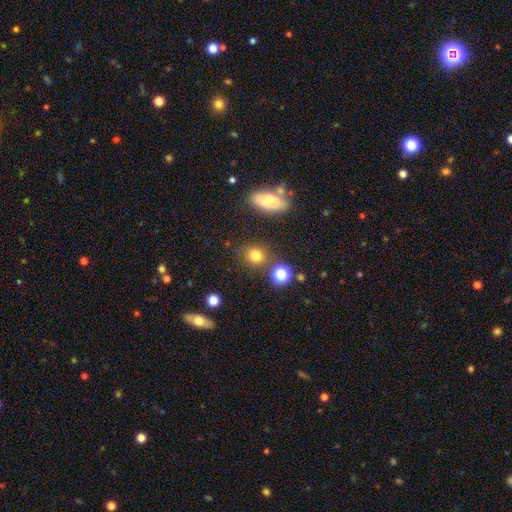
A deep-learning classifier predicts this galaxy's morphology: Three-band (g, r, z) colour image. It shows a smooth galaxy with no disk features (77%) that is round (77%). Merging: none (78%).